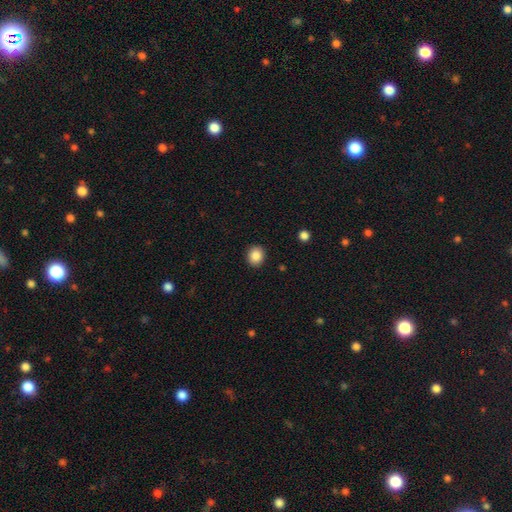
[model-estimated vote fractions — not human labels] Smooth or featured: smooth — 87% (star or artifact — 9%)
How rounded: round — 74% (in between — 25%)
Merging: none — 91% (minor disturbance — 6%)